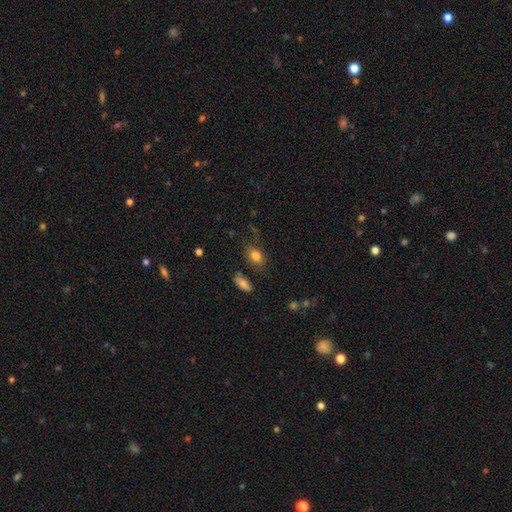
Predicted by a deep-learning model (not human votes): This is clearly a smooth galaxy (80%). How rounded: clearly in between (81%). Merging: likely none (69%).